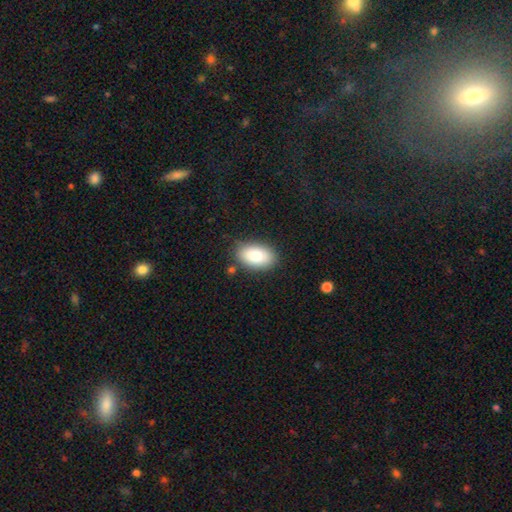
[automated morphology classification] Smooth or featured?
  - smooth: 84% *
  - featured or disk: 9%
  - star or artifact: 7%
How rounded?
  - in between: 92% *
  - round: 7%
  - cigar-shaped: 1%
Merging?
  - none: 82% *
  - minor disturbance: 12%
  - major disturbance: 3%
  - merger: 2%